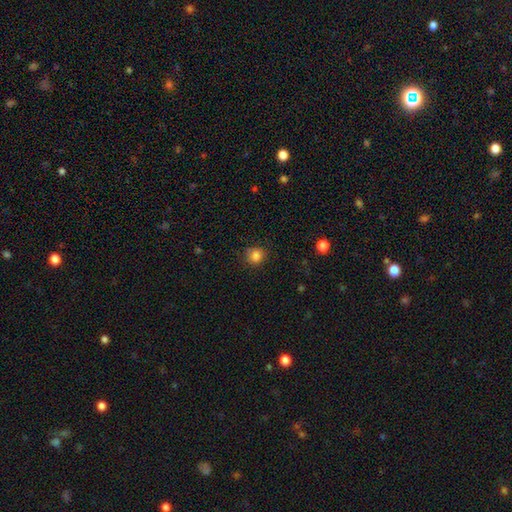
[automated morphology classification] Overall: smooth (83%). How rounded: round (87%). Merging: none (82%).